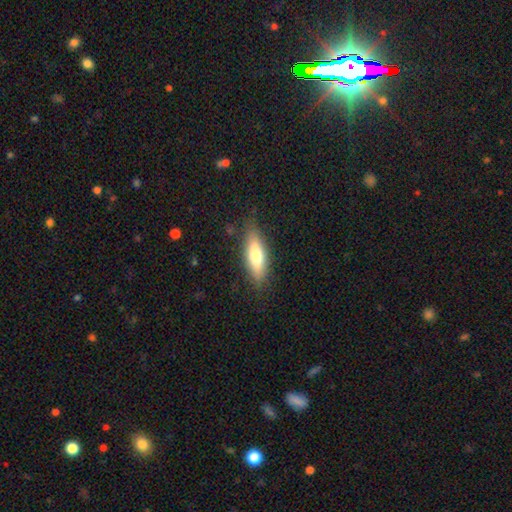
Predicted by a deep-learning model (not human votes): Q: Smooth or featured?
A: smooth (69%); runner-up: featured or disk (25%)
Q: How rounded?
A: in between (52%); runner-up: cigar-shaped (46%)
Q: Merging?
A: none (82%); runner-up: minor disturbance (13%)